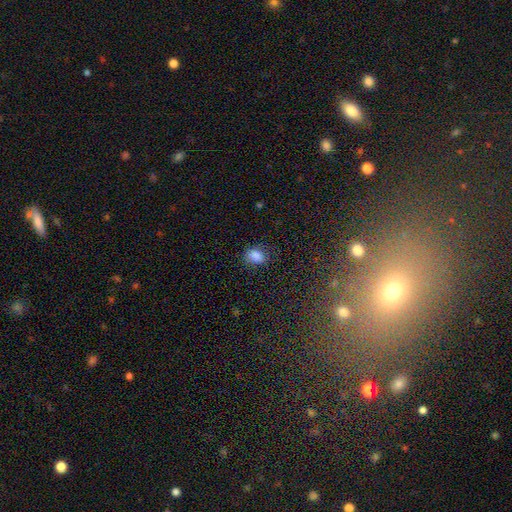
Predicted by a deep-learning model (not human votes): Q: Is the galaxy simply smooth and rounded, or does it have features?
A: smooth — 85%.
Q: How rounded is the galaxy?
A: in between — 76%.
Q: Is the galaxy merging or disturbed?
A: none — 70%.